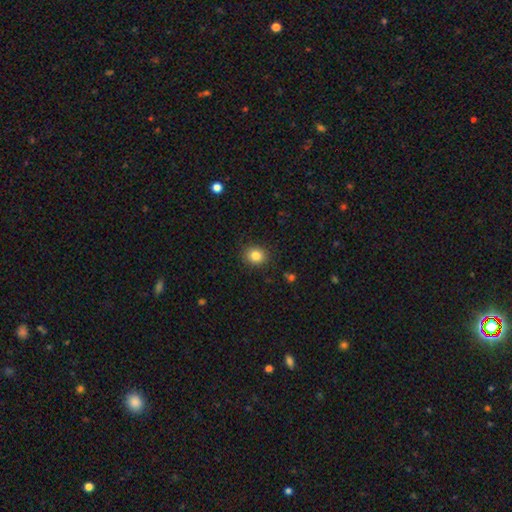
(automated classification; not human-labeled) Overall: smooth (83%). How rounded: round (76%). Merging: none (88%).